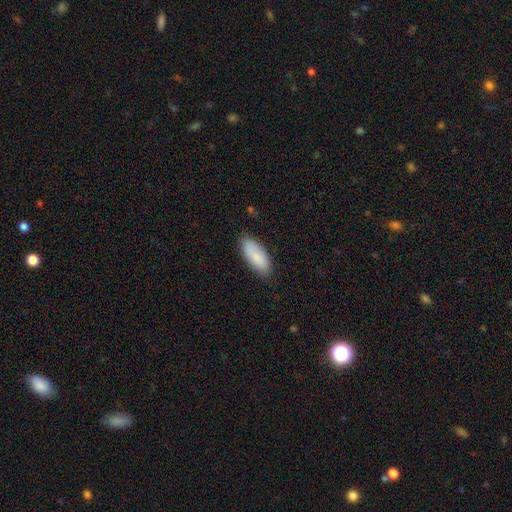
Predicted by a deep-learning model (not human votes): Smooth or featured?
  - smooth: 86% *
  - featured or disk: 8%
  - star or artifact: 6%
How rounded?
  - in between: 85% *
  - cigar-shaped: 14%
  - round: 2%
Merging?
  - none: 83% *
  - minor disturbance: 13%
  - major disturbance: 2%
  - merger: 1%